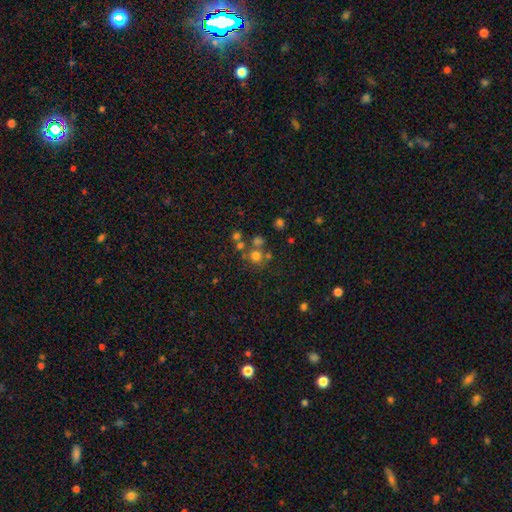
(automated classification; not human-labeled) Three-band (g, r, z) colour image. It shows a smooth galaxy with no disk features (65%) that is round (86%). Merging: none (60%).